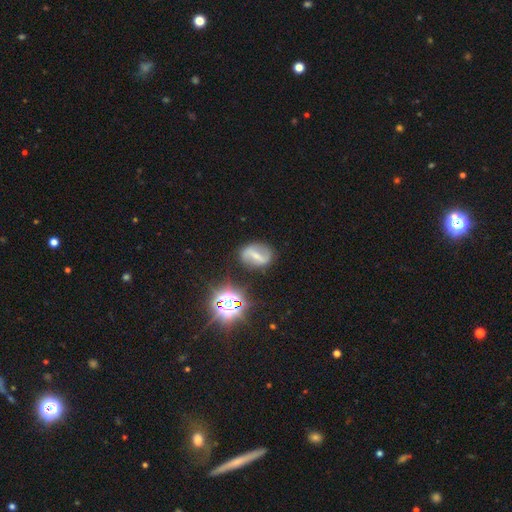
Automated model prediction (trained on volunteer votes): Smooth or featured: featured or disk — 64% (smooth — 23%)
Edge-on disk: no — 93% (yes — 7%)
Bar: strong — 67% (weak — 24%)
Spiral arms: yes — 70% (no — 30%)
Bulge size: small — 48% (moderate — 24%)
Merging: none — 79% (minor disturbance — 13%)